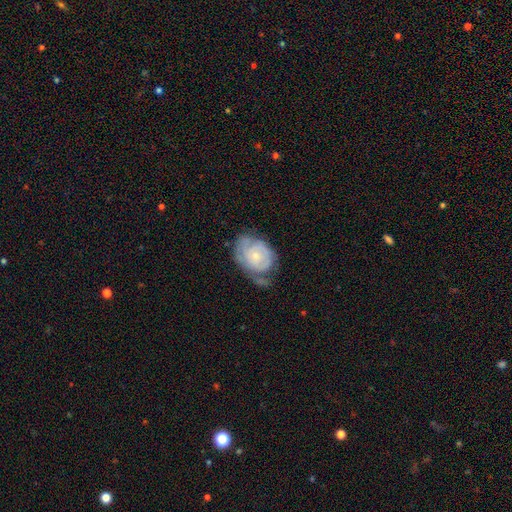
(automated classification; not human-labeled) Overall: featured or disk (64%; smooth 30%). Edge-on disk: no (97%). Bar: no (80%). Spiral arms: yes (74%). Bulge size: small (68%). Merging: none (45%; minor disturbance 33%).